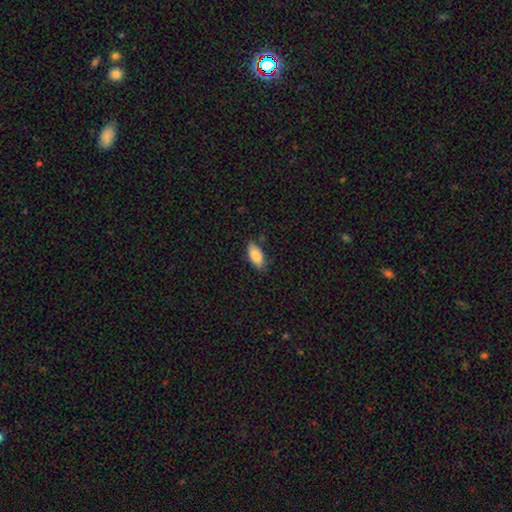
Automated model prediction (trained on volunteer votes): This is clearly a smooth galaxy (83%). How rounded: clearly in between (89%). Merging: clearly none (81%).